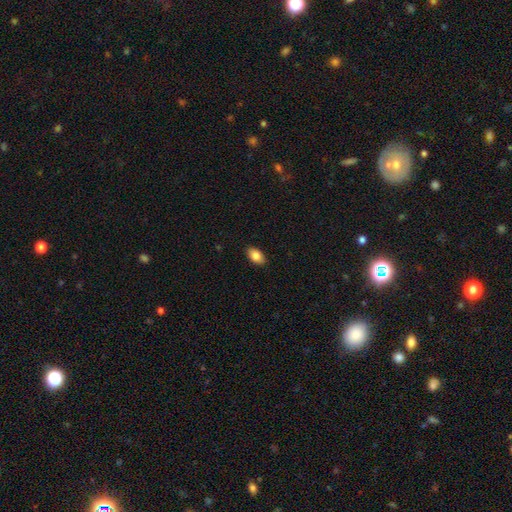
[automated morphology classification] type=smooth (85%); roundness=in between (92%); merging=none (89%).